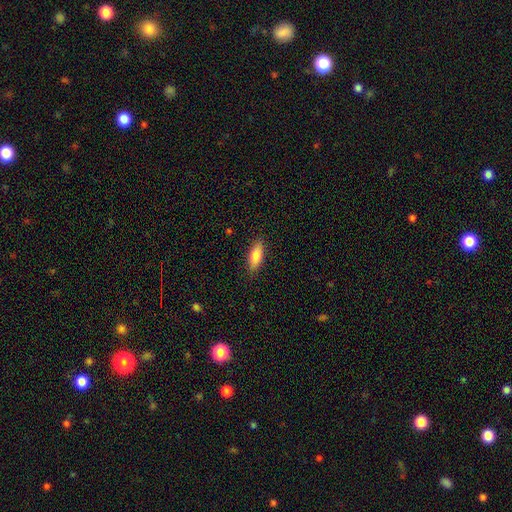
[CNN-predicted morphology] smooth-or-featured: smooth: 80% | featured or disk: 14% | star or artifact: 6%
  how-rounded: in between: 72% | cigar-shaped: 25% | round: 2%
  merging: none: 87% | minor disturbance: 10% | major disturbance: 2% | merger: 1%